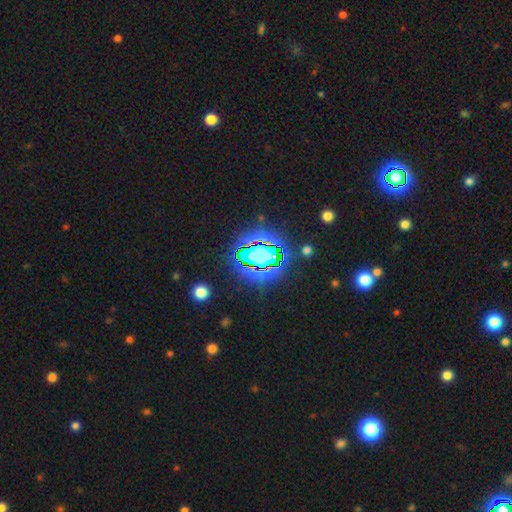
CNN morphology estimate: smooth_or_featured: star or artifact (p=0.80) [alt: smooth p=0.12]